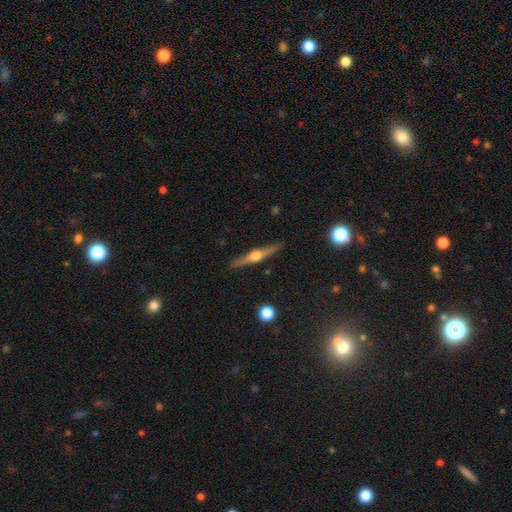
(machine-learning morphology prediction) Smooth or featured? featured or disk (77%)
Edge-on disk? yes (98%)
Edge-on bulge? rounded (95%)
Merging? none (91%)